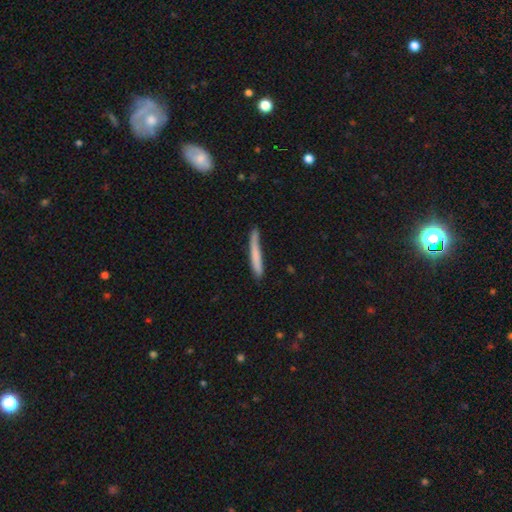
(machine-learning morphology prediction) The model was most divided on "smooth or featured": smooth: 72%, featured or disk: 22%, star or artifact: 6%. More confident: how rounded — cigar-shaped (96%); merging — none (73%).